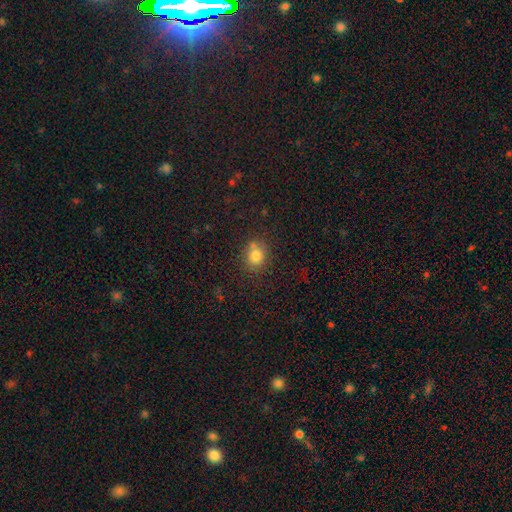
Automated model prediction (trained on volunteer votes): smooth_or_featured: smooth (p=0.79) [alt: star or artifact p=0.13]
how_rounded: round (p=0.74) [alt: in between p=0.25]
merging: none (p=0.65) [alt: merger p=0.15]